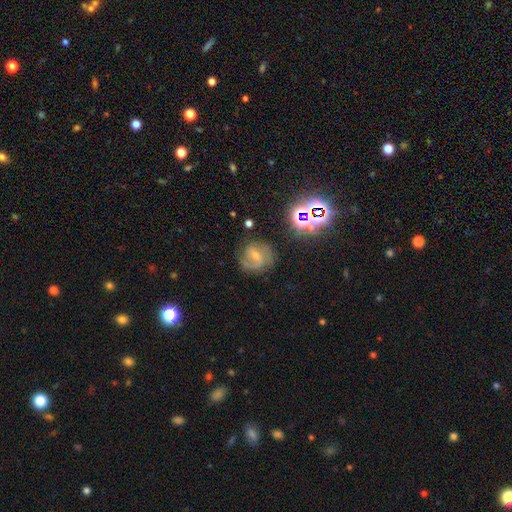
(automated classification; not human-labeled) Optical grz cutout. It shows a featured or disk galaxy (71%) with a weak bar (51%), 2 (63%) medium (46%) spiral arms (92%) and a small central bulge (58%). Merging: none (73%).